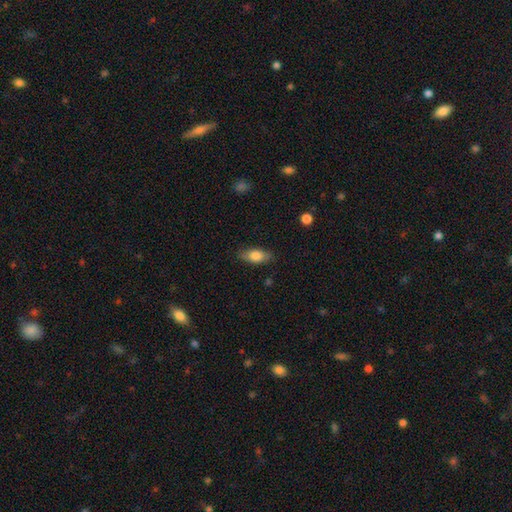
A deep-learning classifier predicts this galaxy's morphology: smooth-or-featured: smooth: 77% | featured or disk: 16% | star or artifact: 7%
  how-rounded: in between: 84% | cigar-shaped: 11% | round: 4%
  merging: none: 82% | minor disturbance: 14% | major disturbance: 3% | merger: 1%